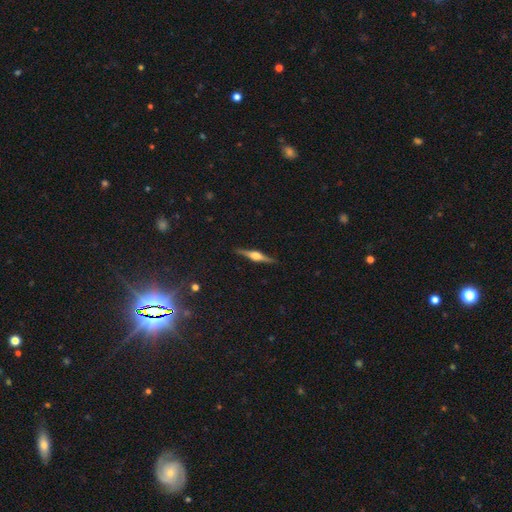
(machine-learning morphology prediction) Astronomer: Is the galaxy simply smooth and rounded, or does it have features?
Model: featured or disk — 78%.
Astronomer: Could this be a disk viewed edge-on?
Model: yes — 98%.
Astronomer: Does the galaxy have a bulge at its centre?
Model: rounded — 90%.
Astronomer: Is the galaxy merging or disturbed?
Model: none — 90%.